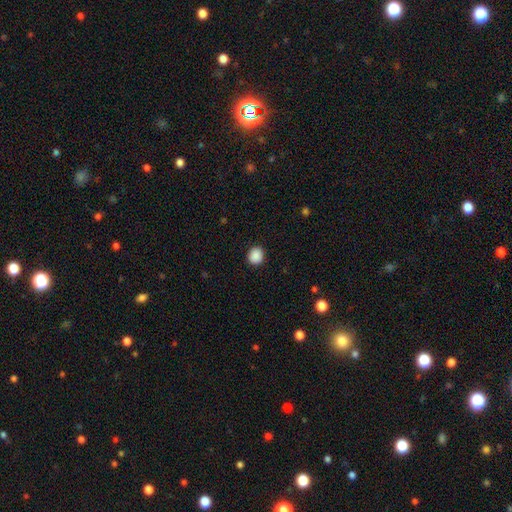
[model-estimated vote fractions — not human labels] Smooth or featured?
  - smooth: 89% *
  - star or artifact: 9%
  - featured or disk: 2%
How rounded?
  - round: 81% *
  - in between: 18%
  - cigar-shaped: 1%
Merging?
  - none: 91% *
  - minor disturbance: 6%
  - major disturbance: 2%
  - merger: 1%